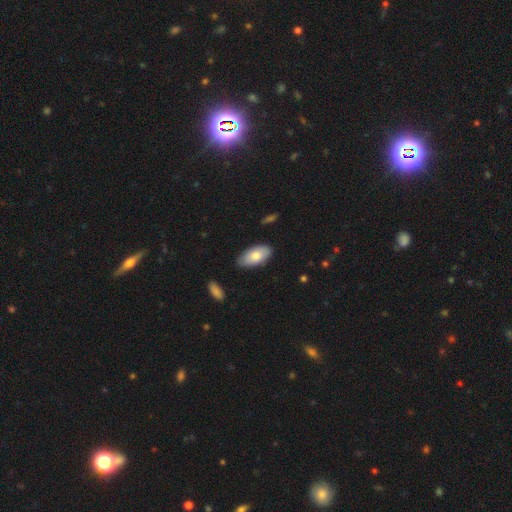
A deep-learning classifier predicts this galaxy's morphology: A smooth galaxy with no disk features (77%) that is in between round and cigar-shaped (93%). Merging: none (83%).